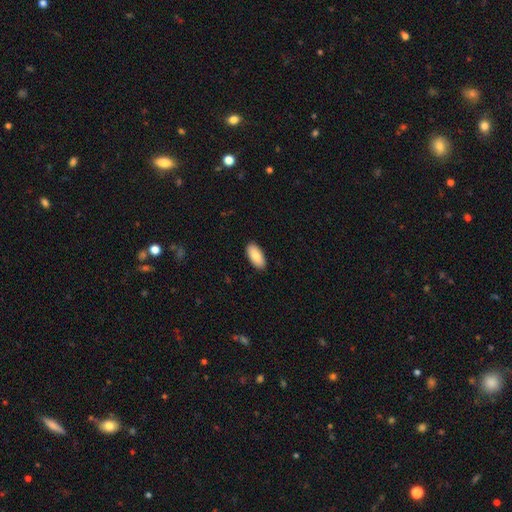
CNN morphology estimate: Smooth or featured? Predicted: smooth (p=0.85). How rounded? Predicted: in between (p=0.90). Merging? Predicted: none (p=0.90).